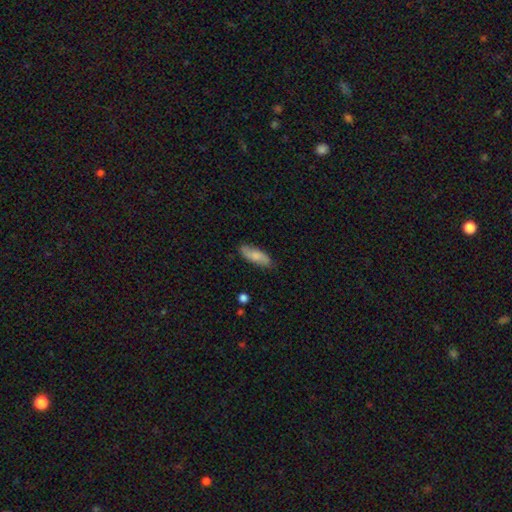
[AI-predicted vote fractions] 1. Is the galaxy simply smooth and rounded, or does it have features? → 72% smooth, 22% featured or disk, 6% star or artifact.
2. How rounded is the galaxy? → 67% in between, 30% cigar-shaped, 2% round.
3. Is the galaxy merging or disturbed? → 81% none, 15% minor disturbance, 3% major disturbance, 1% merger.